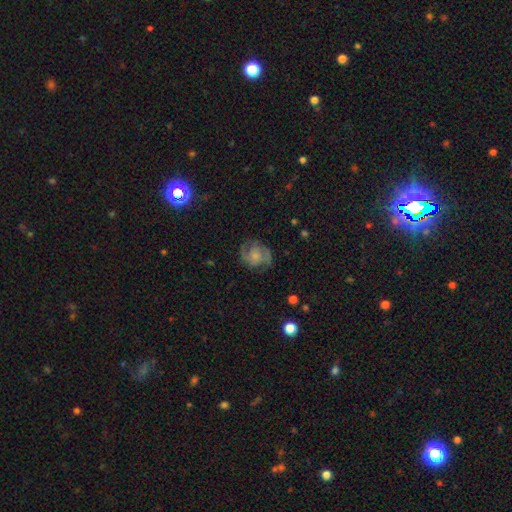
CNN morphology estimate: This is likely a featured or disk galaxy (77%). It is clearly not viewed edge-on (98%). Bar: likely no (66%). Spiral arm pattern: clearly yes (94%). Spiral arm count: clearly 2 (82%). Spiral winding: possibly medium (53%). Central bulge: possibly small (57%). Merging: likely none (73%).